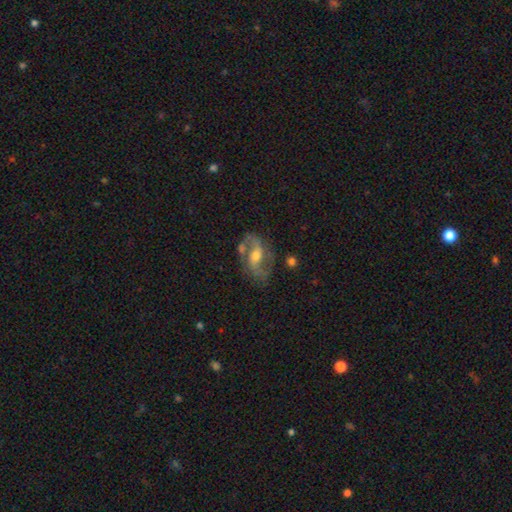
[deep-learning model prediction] The model was most divided on "spiral winding": medium: 48%, loose: 37%, tight: 15%. Remaining: edge-on disk — no (96%); spiral arms — yes (93%); spiral arm count — 2 (90%); smooth or featured — featured or disk (84%); merging — none (74%); bulge size — moderate (66%); bar — weak (43%).